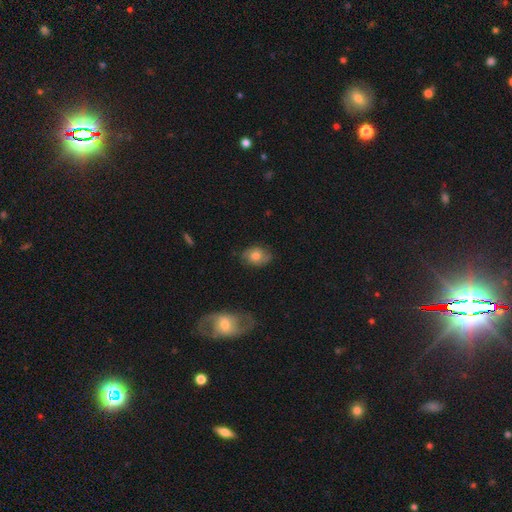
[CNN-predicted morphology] Smooth or featured? smooth (59%)
How rounded? in between (68%)
Merging? none (71%)